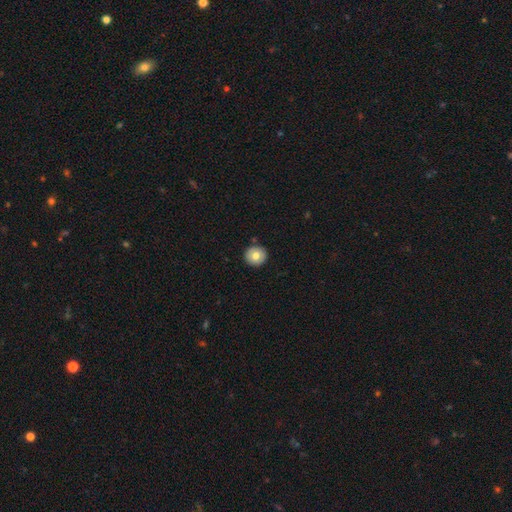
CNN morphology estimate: Q: Smooth or featured?
A: smooth (74%); runner-up: featured or disk (18%)
Q: How rounded?
A: round (94%); runner-up: in between (5%)
Q: Merging?
A: none (91%); runner-up: minor disturbance (6%)